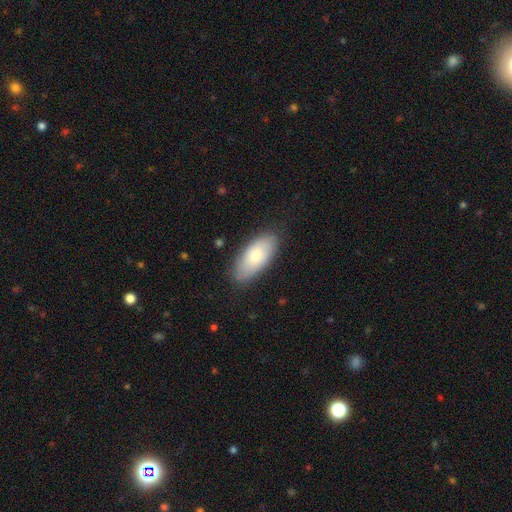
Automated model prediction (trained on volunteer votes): Smooth or featured? Predicted: smooth (p=0.77). How rounded? Predicted: in between (p=0.89). Merging? Predicted: none (p=0.82).